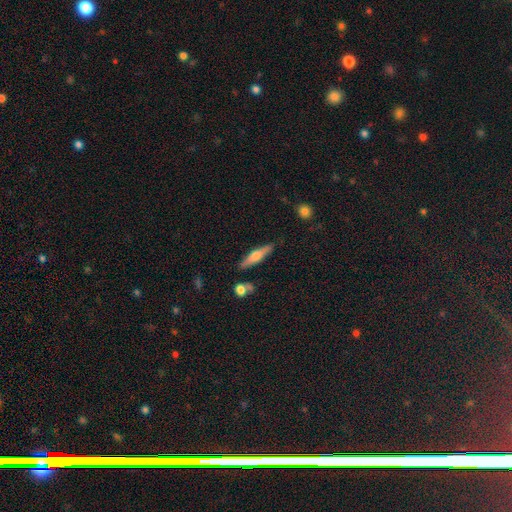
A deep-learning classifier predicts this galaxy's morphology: Overall: featured or disk (49%; smooth 44%). Merging: none (82%).